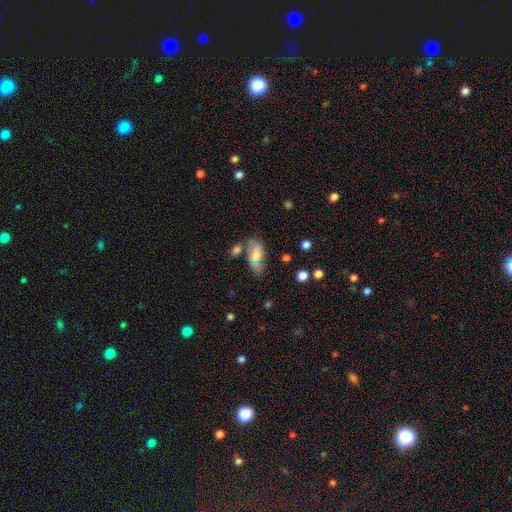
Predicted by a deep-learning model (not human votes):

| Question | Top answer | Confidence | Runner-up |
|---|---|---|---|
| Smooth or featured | smooth | 71% | featured or disk (20%) |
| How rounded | in between | 88% | cigar-shaped (7%) |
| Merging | none | 57% | minor disturbance (21%) |